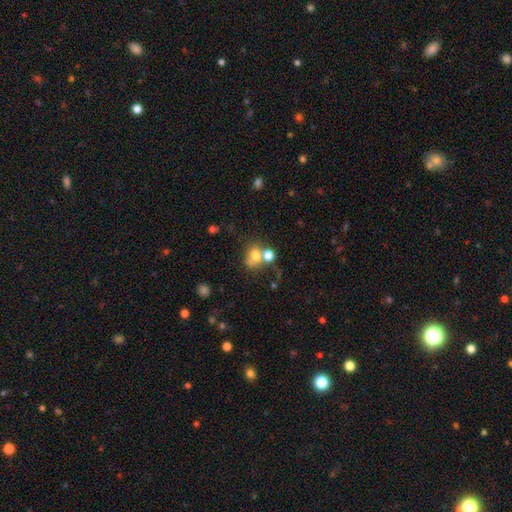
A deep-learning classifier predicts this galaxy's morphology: Smooth or featured: smooth — 71% (featured or disk — 16%)
How rounded: round — 59% (in between — 40%)
Merging: merger — 42% (none — 37%)